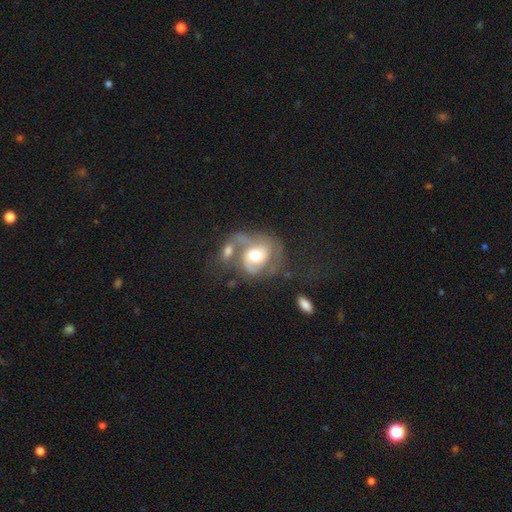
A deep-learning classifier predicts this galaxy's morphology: Smooth or featured? featured or disk (72%)
Edge-on disk? no (97%)
Bar? no (65%)
Spiral arms? yes (82%)
Spiral winding? medium (44%)
Spiral arm count? 2 (62%)
Bulge size? moderate (63%)
Merging? merger (42%)